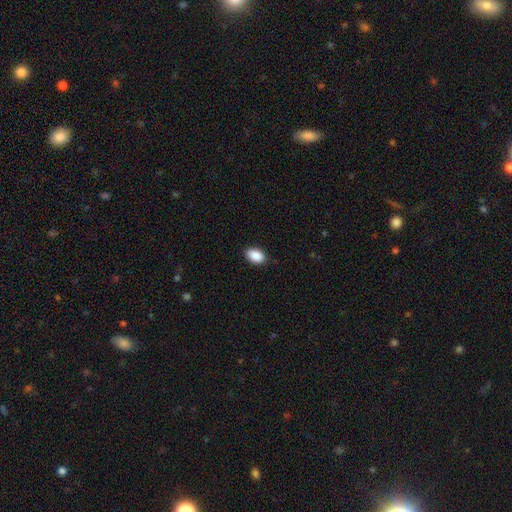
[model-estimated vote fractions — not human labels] smooth_or_featured: smooth (p=0.90) [alt: star or artifact p=0.07]
how_rounded: in between (p=0.89) [alt: round p=0.10]
merging: none (p=0.87) [alt: minor disturbance p=0.10]